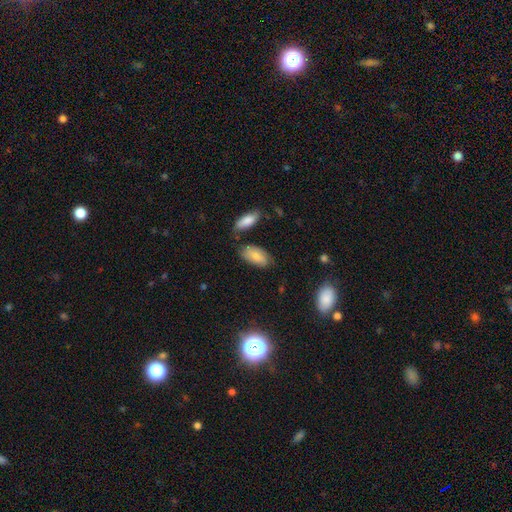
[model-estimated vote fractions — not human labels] smooth-or-featured: smooth: 79% | featured or disk: 14% | star or artifact: 7%
  how-rounded: in between: 92% | cigar-shaped: 5% | round: 3%
  merging: none: 68% | minor disturbance: 21% | merger: 6% | major disturbance: 5%